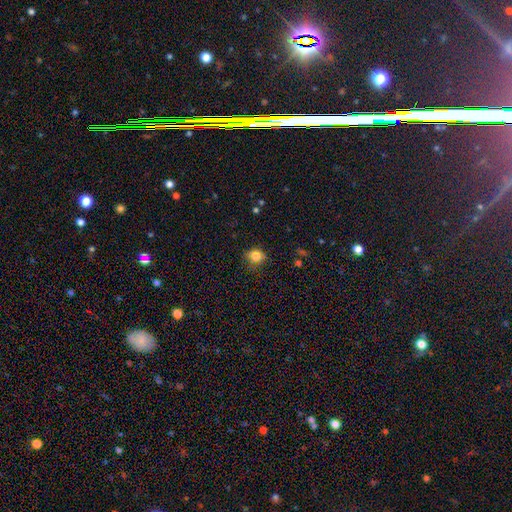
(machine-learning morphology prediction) Overall: smooth (84%). How rounded: round (69%; in between 30%). Merging: none (70%).